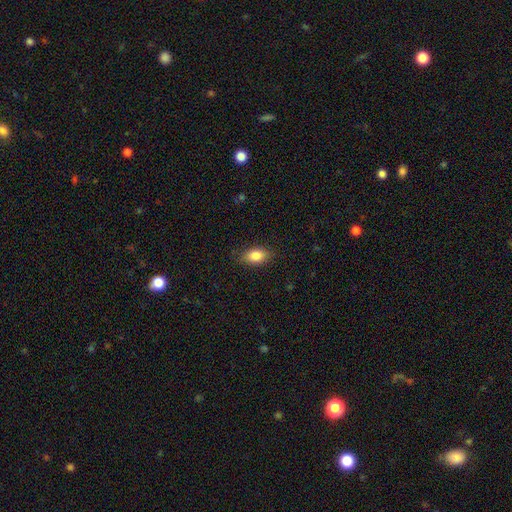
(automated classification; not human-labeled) Overall: smooth (85%). How rounded: in between (86%). Merging: none (85%).